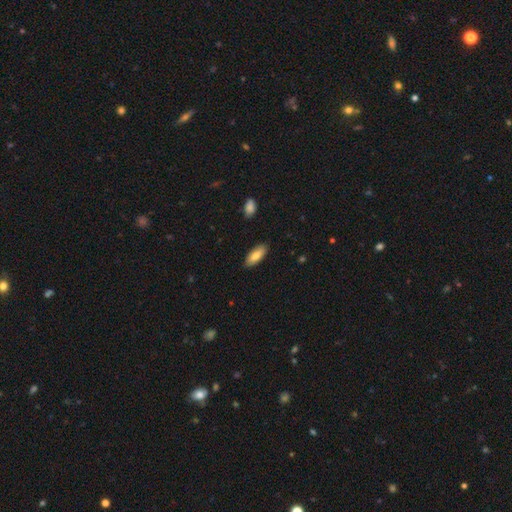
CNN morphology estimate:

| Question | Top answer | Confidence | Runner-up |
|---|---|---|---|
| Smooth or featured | smooth | 78% | featured or disk (16%) |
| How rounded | in between | 79% | cigar-shaped (19%) |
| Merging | none | 87% | minor disturbance (10%) |